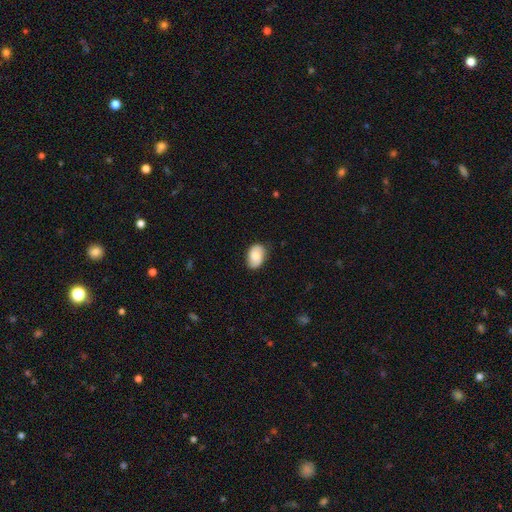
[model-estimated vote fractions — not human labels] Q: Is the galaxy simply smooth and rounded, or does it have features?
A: smooth — 75%.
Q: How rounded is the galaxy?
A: in between — 86%.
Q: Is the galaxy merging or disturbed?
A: none — 80%.